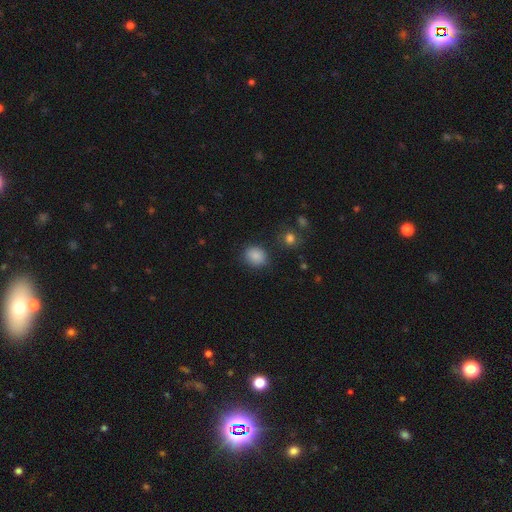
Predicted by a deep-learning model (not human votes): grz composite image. It shows a smooth galaxy with no disk features (86%) that is round (59%). Merging: none (82%).